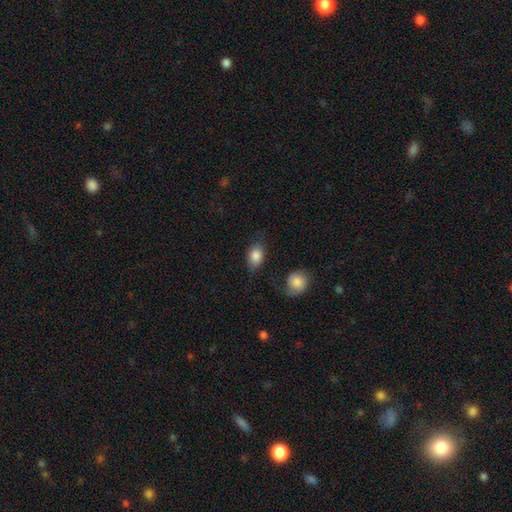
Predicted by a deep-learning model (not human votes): This is clearly a smooth galaxy (85%). How rounded: clearly in between (84%). Merging: likely none (73%).